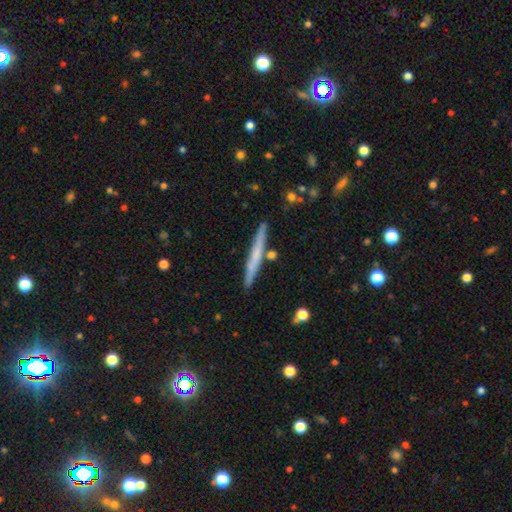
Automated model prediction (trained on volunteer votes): The model was most divided on "smooth or featured": smooth: 51%, featured or disk: 43%, star or artifact: 6%. More confident: how rounded — cigar-shaped (96%); merging — none (87%).